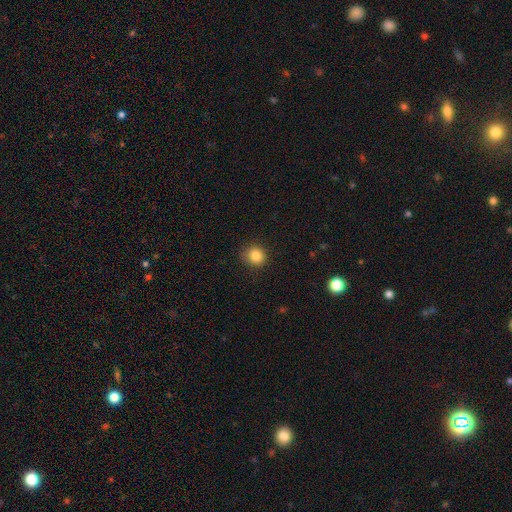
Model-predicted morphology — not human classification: smooth 85%, star or artifact 11%, featured or disk 4%. Down the decision tree: how rounded — round (84%); merging — none (85%).